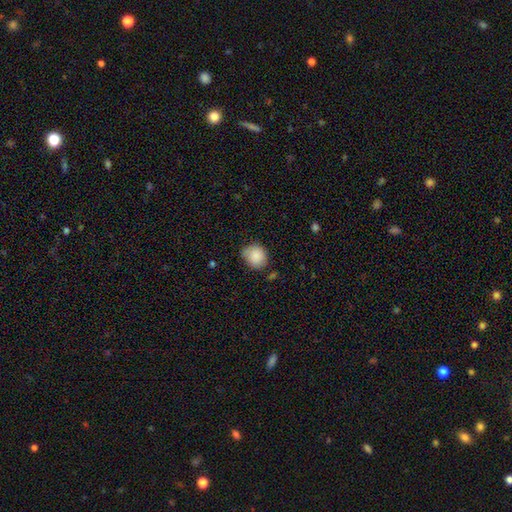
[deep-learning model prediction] Q: Smooth or featured?
A: smooth (87%); runner-up: star or artifact (8%)
Q: How rounded?
A: round (74%); runner-up: in between (25%)
Q: Merging?
A: none (67%); runner-up: minor disturbance (26%)